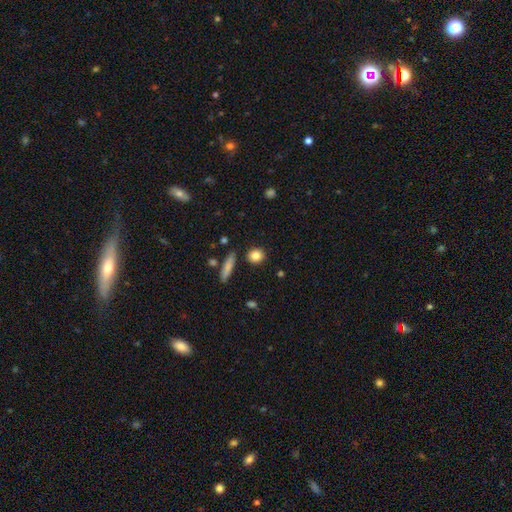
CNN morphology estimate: A smooth galaxy with no disk features (83%) that is round (78%).

Vote fractions:
- Smooth or featured? smooth: 83% / star or artifact: 9% / featured or disk: 8%
- How rounded? round: 78% / in between: 18% / cigar-shaped: 4%
- Merging? none: 86% / minor disturbance: 8% / merger: 3% / major disturbance: 2%